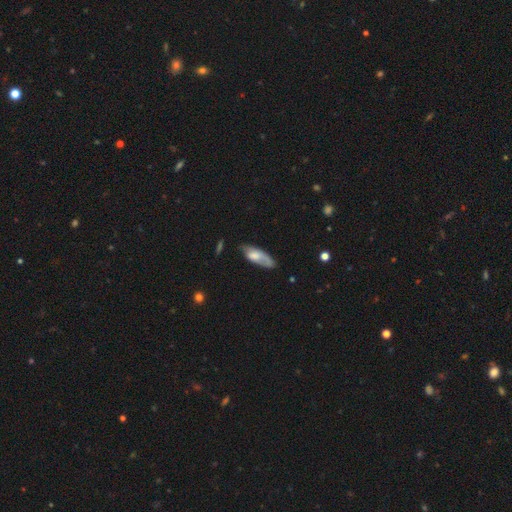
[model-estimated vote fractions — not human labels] Overall: smooth (57%; featured or disk 37%). How rounded: in between (73%). Merging: none (52%; minor disturbance 31%).